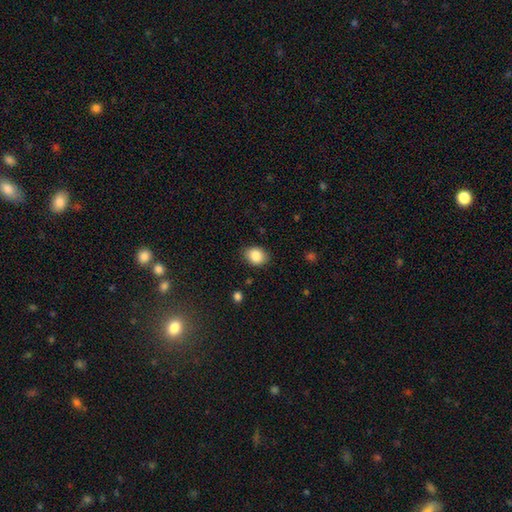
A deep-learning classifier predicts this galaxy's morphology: This appears to be a smooth galaxy with no disk features (86%) that is in between round and cigar-shaped (54%). Merging: none (84%).